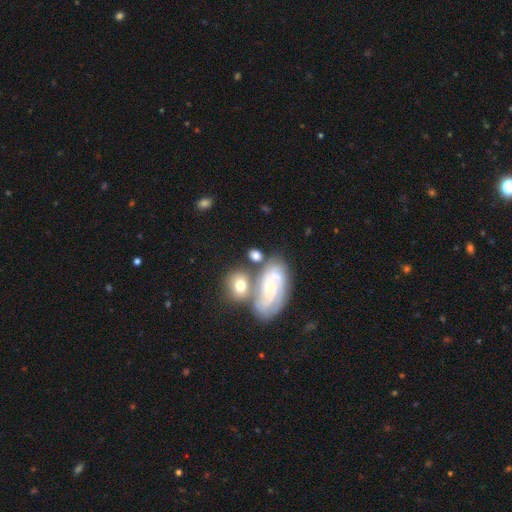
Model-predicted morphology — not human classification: Smooth or featured: featured or disk — 45% (tied with smooth — 45%)
Merging: none — 50% (merger — 26%)